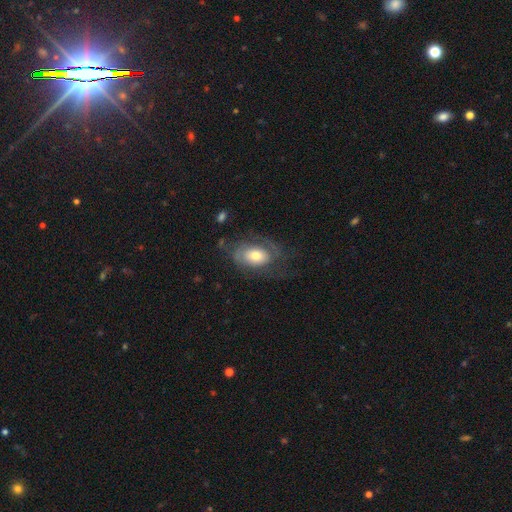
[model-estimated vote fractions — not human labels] Smooth or featured?
  - featured or disk: 48% *
  - smooth: 45%
  - star or artifact: 7%
Merging?
  - none: 50% *
  - major disturbance: 25%
  - minor disturbance: 24%
  - merger: 2%